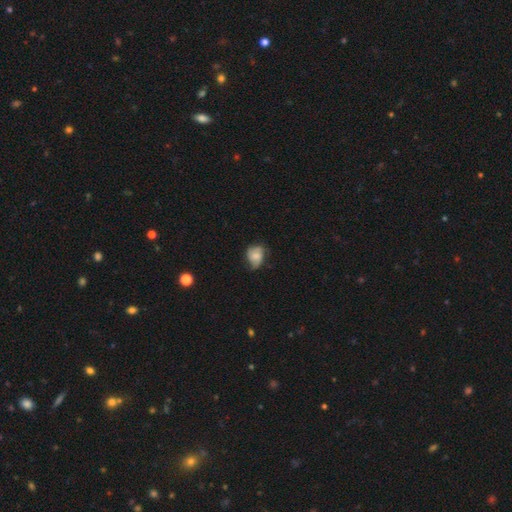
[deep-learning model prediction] smooth_or_featured: smooth (p=0.51) [alt: featured or disk p=0.40]
how_rounded: in between (p=0.55) [alt: round p=0.44]
merging: none (p=0.51) [alt: minor disturbance p=0.33]